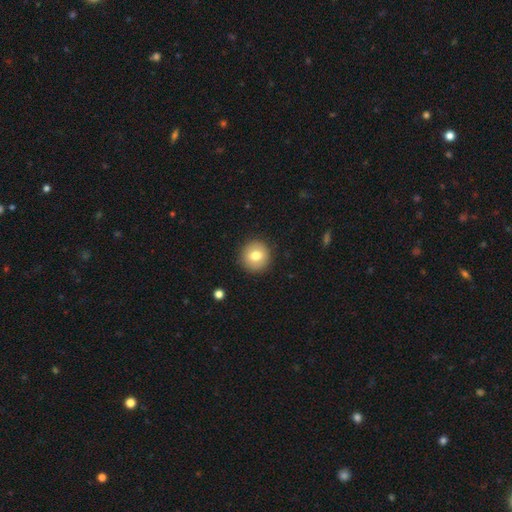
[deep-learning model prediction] This is likely a smooth galaxy (76%). How rounded: clearly round (93%). Merging: clearly none (91%).